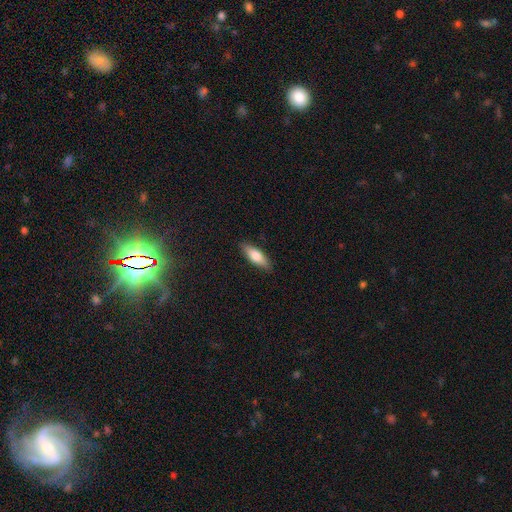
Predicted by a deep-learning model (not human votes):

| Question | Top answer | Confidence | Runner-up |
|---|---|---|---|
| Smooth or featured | smooth | 75% | featured or disk (19%) |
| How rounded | in between | 61% | cigar-shaped (37%) |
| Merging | none | 88% | minor disturbance (9%) |